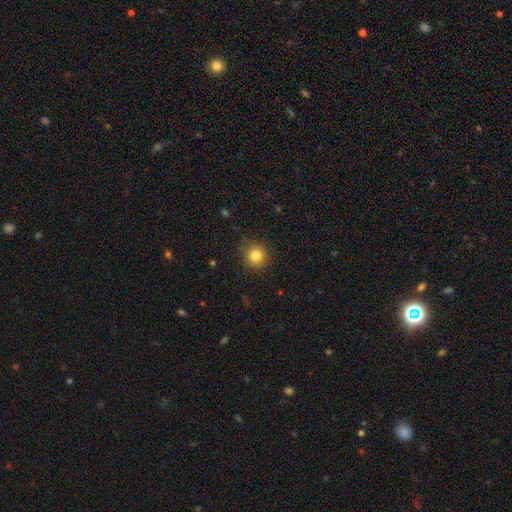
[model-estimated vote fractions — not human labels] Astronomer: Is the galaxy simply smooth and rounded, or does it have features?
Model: smooth — 82%.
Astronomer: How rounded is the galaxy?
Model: round — 93%.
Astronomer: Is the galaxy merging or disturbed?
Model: none — 86%.